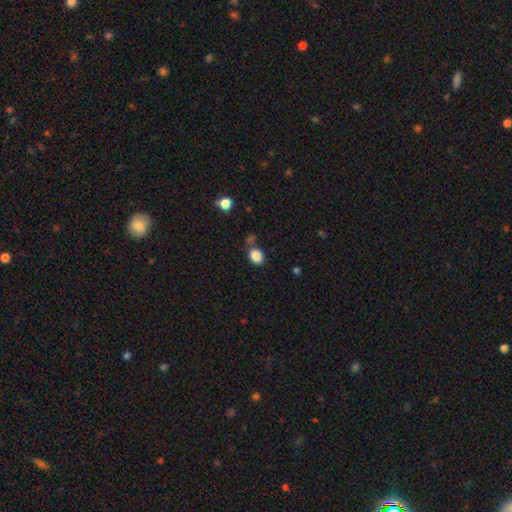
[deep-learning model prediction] This is clearly a smooth galaxy (86%). How rounded: likely in between (60%). Merging: likely none (68%).